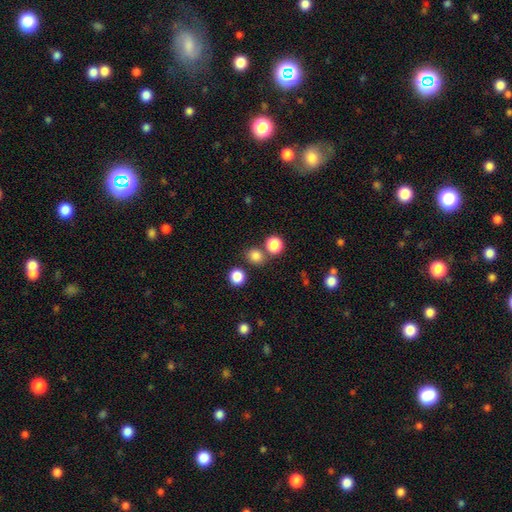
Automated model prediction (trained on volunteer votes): A smooth galaxy with no disk features (81%) that is round (84%).

Vote fractions:
- Smooth or featured? smooth: 81% / star or artifact: 14% / featured or disk: 4%
- How rounded? round: 84% / in between: 15% / cigar-shaped: 1%
- Merging? none: 73% / merger: 17% / minor disturbance: 7% / major disturbance: 3%